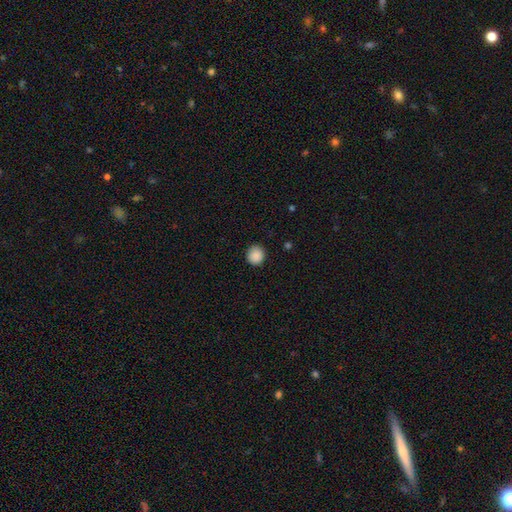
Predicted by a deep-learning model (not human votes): Morphology: type=smooth (89%); roundness=round (92%); merging=none (91%).